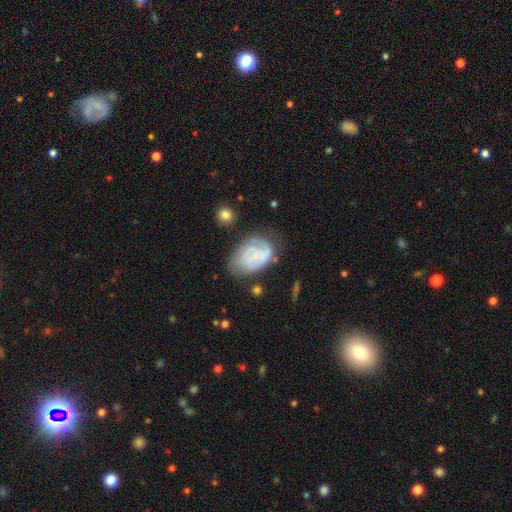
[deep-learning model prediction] A featured or disk galaxy (64%) with no bar (64%), 2 (36%) tight (57%) spiral arms (84%) and a small central bulge (50%). Merging: none (54%).